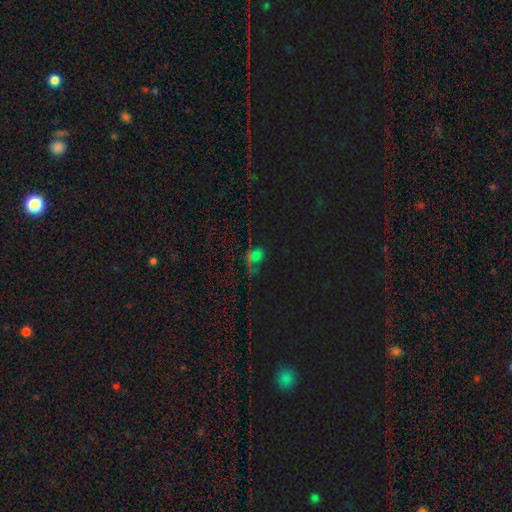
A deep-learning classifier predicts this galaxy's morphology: This appears to be a star or artifact, not a galaxy (63%).